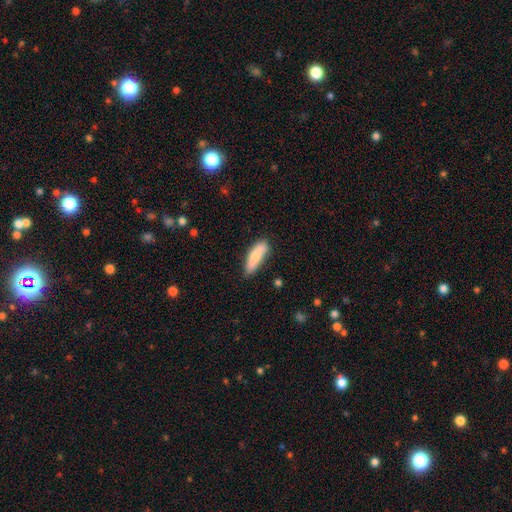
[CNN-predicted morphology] Smooth or featured? smooth (78%)
How rounded? cigar-shaped (54%)
Merging? none (72%)